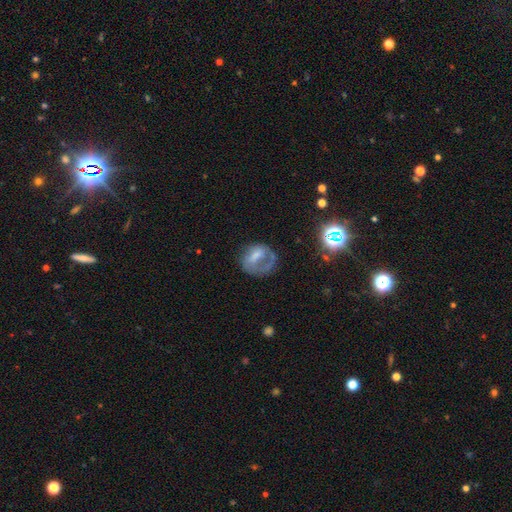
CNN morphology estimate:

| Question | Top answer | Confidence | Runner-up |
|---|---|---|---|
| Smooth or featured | featured or disk | 45% | smooth (44%) |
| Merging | none | 38% | major disturbance (37%) |